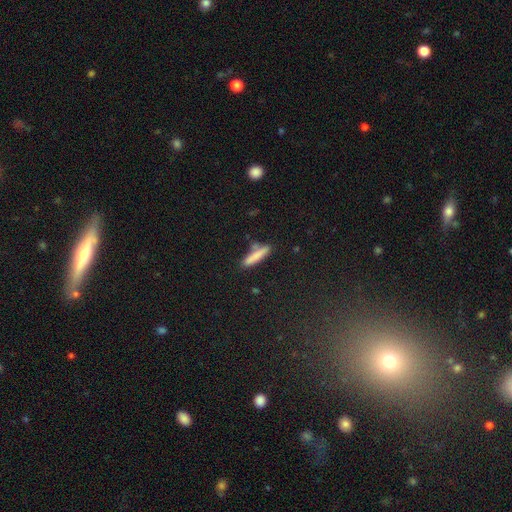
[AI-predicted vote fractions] Smooth or featured? smooth (78%)
How rounded? cigar-shaped (87%)
Merging? none (77%)